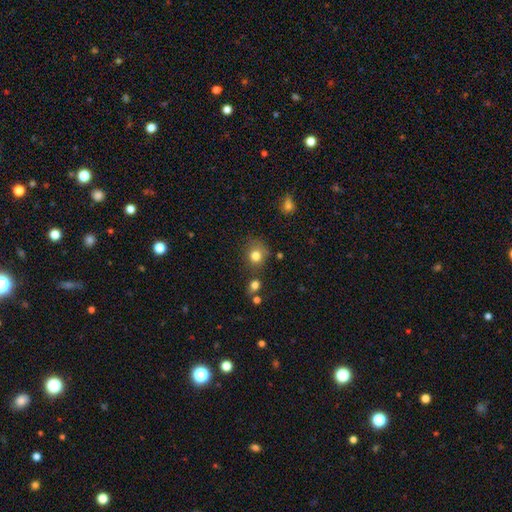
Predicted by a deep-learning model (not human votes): Overall: smooth (80%). How rounded: round (76%). Merging: none (64%).